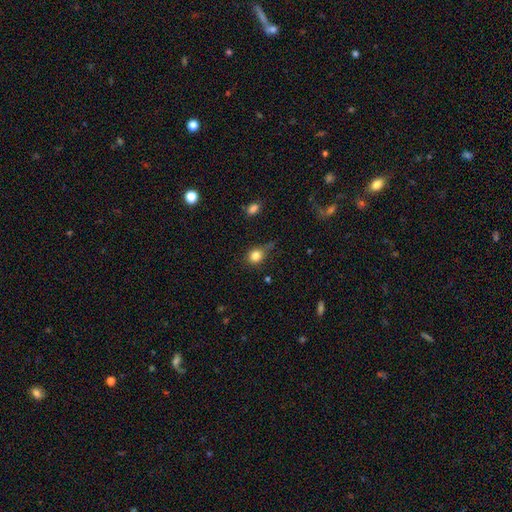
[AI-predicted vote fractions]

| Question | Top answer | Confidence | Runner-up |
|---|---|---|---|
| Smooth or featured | smooth | 82% | star or artifact (11%) |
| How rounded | round | 72% | in between (27%) |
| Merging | none | 56% | minor disturbance (29%) |